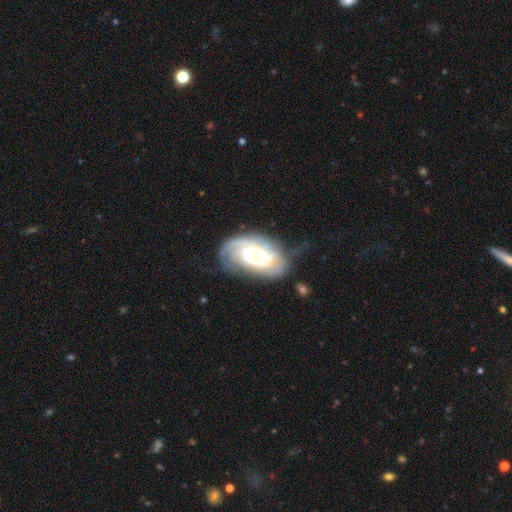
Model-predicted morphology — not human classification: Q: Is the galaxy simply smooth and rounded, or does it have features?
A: featured or disk — 76%.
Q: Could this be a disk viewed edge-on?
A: no — 96%.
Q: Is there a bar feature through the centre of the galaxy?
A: no — 72%.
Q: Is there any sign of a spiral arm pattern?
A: yes — 89%.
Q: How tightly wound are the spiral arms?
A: tight — 58%.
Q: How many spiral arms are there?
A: can't tell — 40%.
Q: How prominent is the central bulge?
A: small — 52%.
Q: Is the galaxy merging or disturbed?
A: none — 57%.